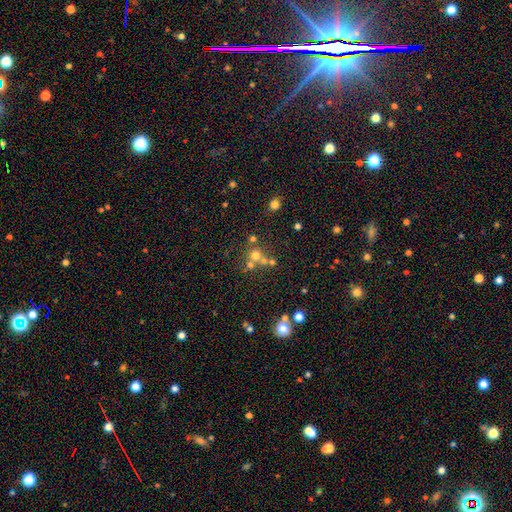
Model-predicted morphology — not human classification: This is possibly a smooth galaxy (59%). How rounded: clearly round (89%). Merging: possibly none (53%).